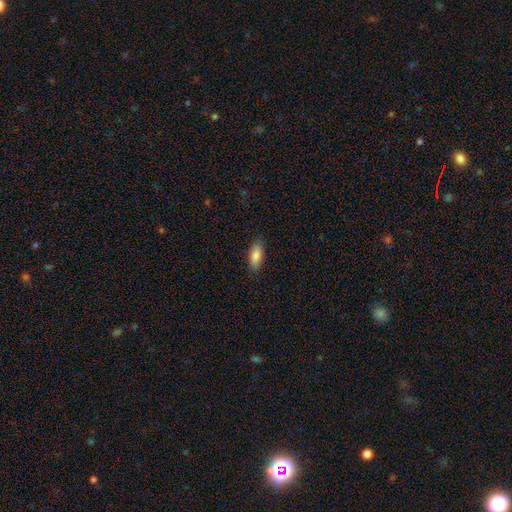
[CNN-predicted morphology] This appears to be a smooth galaxy with no disk features (87%) that is in between round and cigar-shaped (83%). Merging: none (86%).